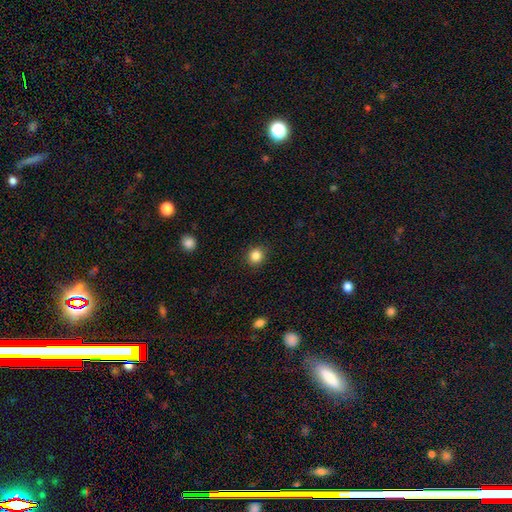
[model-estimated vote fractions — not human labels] Smooth or featured: smooth — 86% (star or artifact — 11%)
How rounded: round — 86% (in between — 13%)
Merging: none — 90% (minor disturbance — 7%)